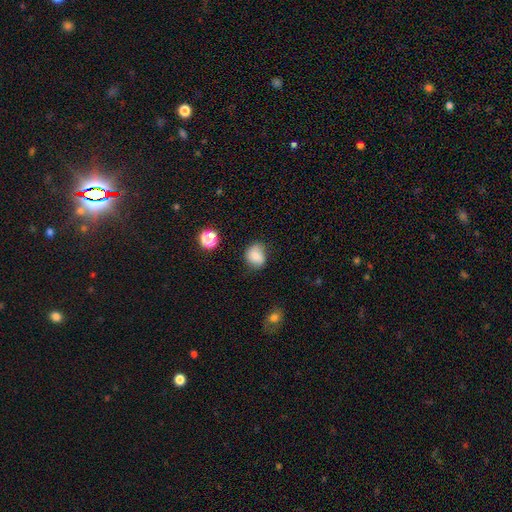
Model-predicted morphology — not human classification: Smooth or featured?
  - smooth: 80% *
  - featured or disk: 10%
  - star or artifact: 10%
How rounded?
  - round: 62% *
  - in between: 37%
  - cigar-shaped: 1%
Merging?
  - none: 64% *
  - minor disturbance: 27%
  - major disturbance: 7%
  - merger: 2%